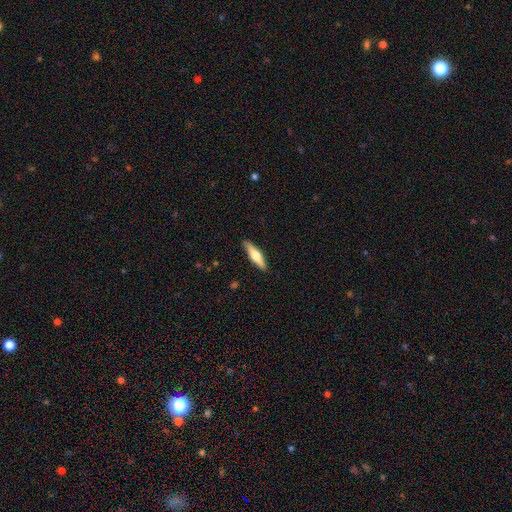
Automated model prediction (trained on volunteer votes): The model was most divided on "smooth or featured": featured or disk: 51%, smooth: 44%, star or artifact: 6%. More confident: edge-on disk — yes (96%); merging — none (90%).